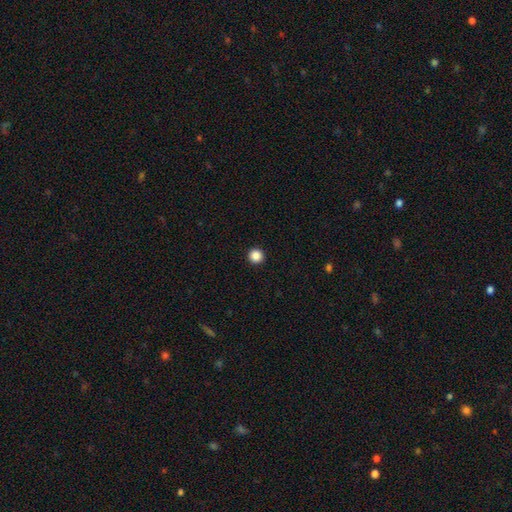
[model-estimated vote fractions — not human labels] Morphology: type=smooth (87%); roundness=round (97%); merging=none (94%).